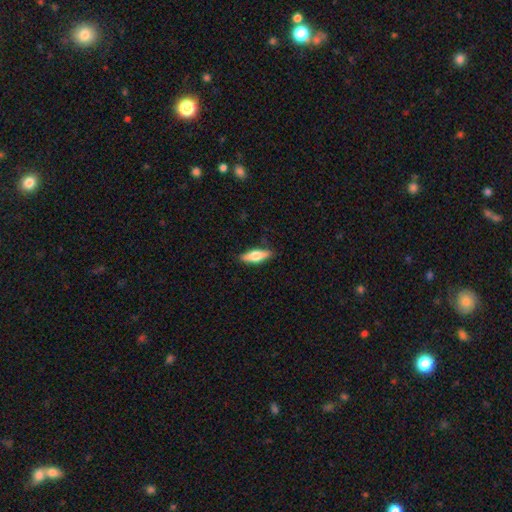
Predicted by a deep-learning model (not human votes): Smooth or featured?
  - smooth: 60% *
  - featured or disk: 34%
  - star or artifact: 6%
How rounded?
  - in between: 49% *
  - cigar-shaped: 48%
  - round: 2%
Merging?
  - none: 87% *
  - minor disturbance: 10%
  - major disturbance: 2%
  - merger: 1%